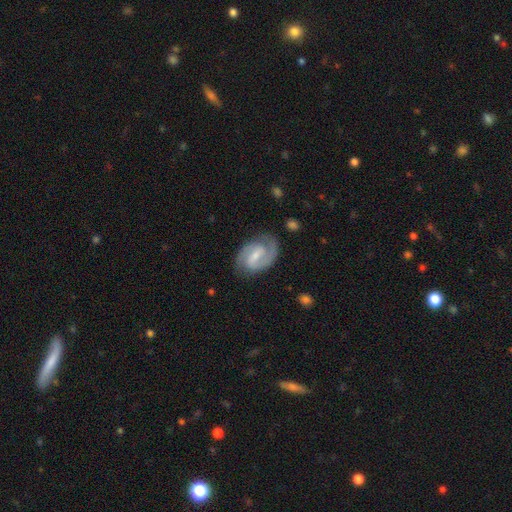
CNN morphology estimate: This appears to be a featured or disk galaxy (84%) with a weak bar (48%), 2 (88%) medium (51%) spiral arms (95%) and a small central bulge (51%). Merging: none (79%).